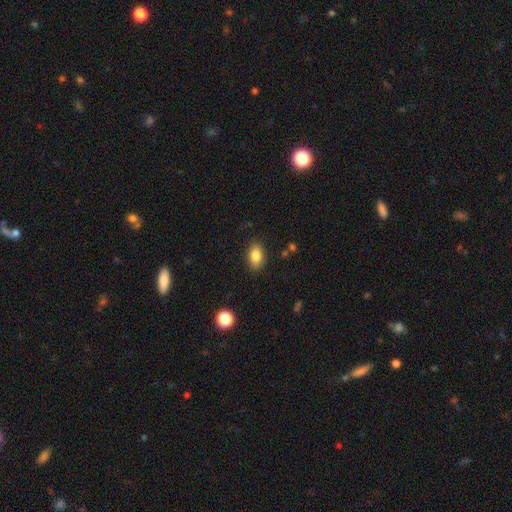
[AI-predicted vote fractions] The model was most divided on "smooth or featured": smooth: 83%, featured or disk: 9%, star or artifact: 9%. More confident: how rounded — in between (87%); merging — none (86%).